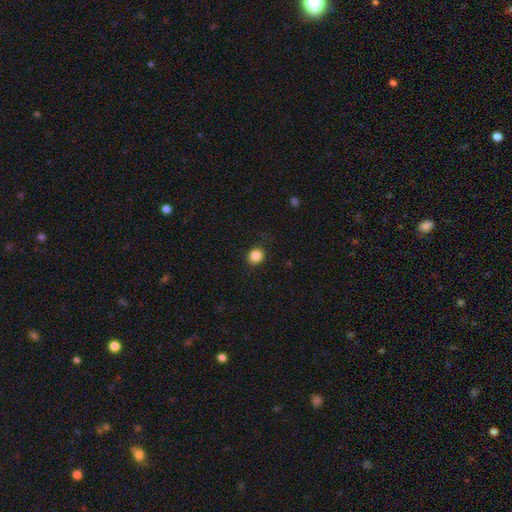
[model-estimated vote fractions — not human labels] A smooth galaxy with no disk features (86%) that is round (80%).

Vote fractions:
- Smooth or featured? smooth: 86% / star or artifact: 10% / featured or disk: 4%
- How rounded? round: 80% / in between: 19% / cigar-shaped: 1%
- Merging? none: 88% / minor disturbance: 8% / major disturbance: 3% / merger: 1%